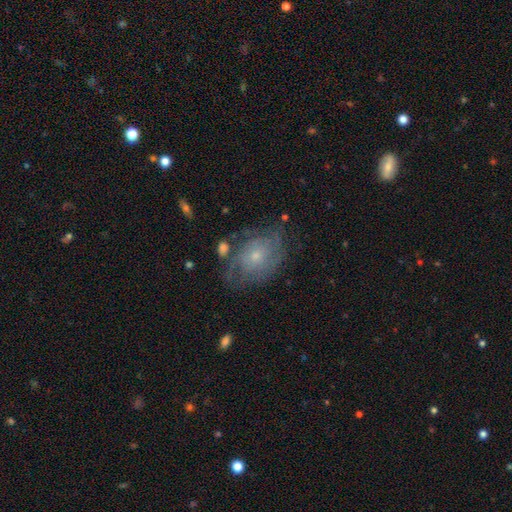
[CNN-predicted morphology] A featured or disk galaxy (61%) with no bar (82%), spiral arms (76%) and a small central bulge (63%). Merging: none (61%).